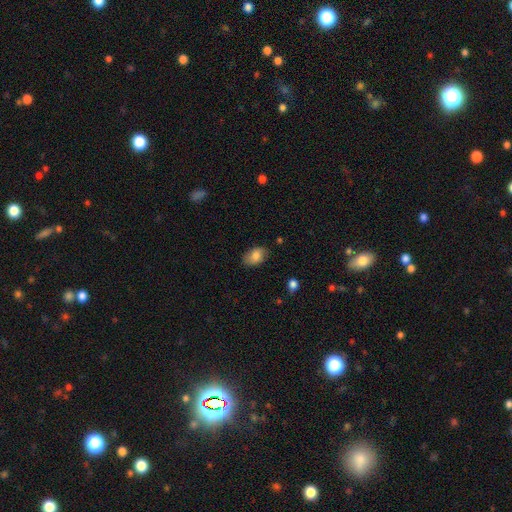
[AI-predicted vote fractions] Q: Smooth or featured?
A: smooth (83%); runner-up: featured or disk (9%)
Q: How rounded?
A: in between (86%); runner-up: round (13%)
Q: Merging?
A: none (76%); runner-up: minor disturbance (19%)